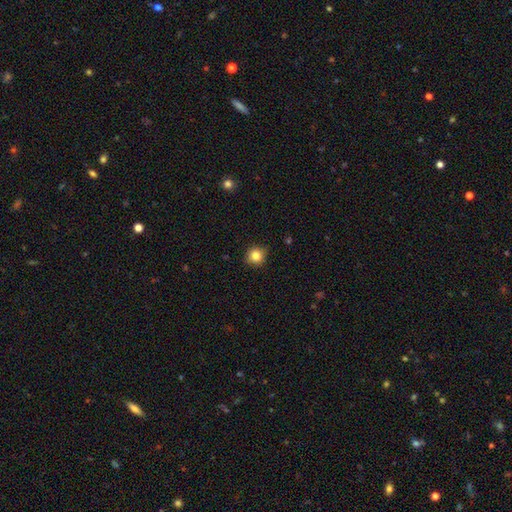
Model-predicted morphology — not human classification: A smooth galaxy with no disk features (83%) that is round (92%).

Vote fractions:
- Smooth or featured? smooth: 83% / star or artifact: 11% / featured or disk: 6%
- How rounded? round: 92% / in between: 7% / cigar-shaped: 1%
- Merging? none: 88% / minor disturbance: 9% / major disturbance: 2% / merger: 1%